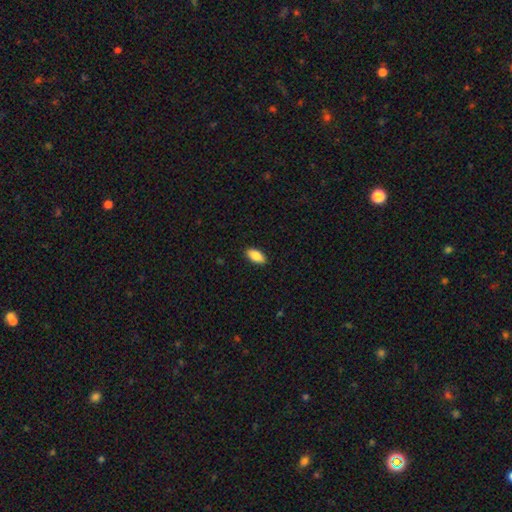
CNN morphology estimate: Smooth or featured: smooth — 88% (star or artifact — 6%)
How rounded: in between — 91% (cigar-shaped — 6%)
Merging: none — 89% (minor disturbance — 8%)